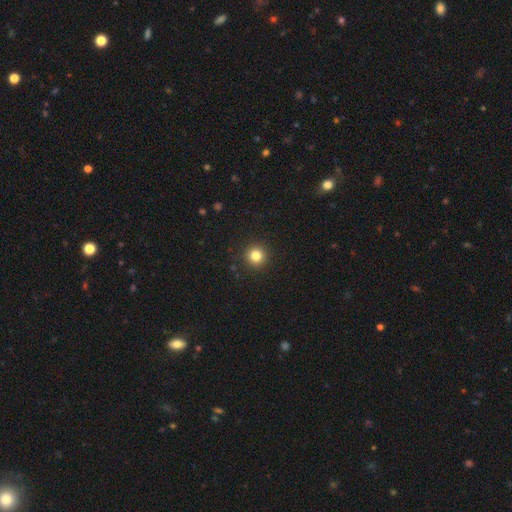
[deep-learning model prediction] A smooth galaxy with no disk features (82%) that is round (95%).

Vote fractions:
- Smooth or featured? smooth: 82% / star or artifact: 13% / featured or disk: 6%
- How rounded? round: 95% / in between: 4% / cigar-shaped: 1%
- Merging? none: 93% / minor disturbance: 5% / major disturbance: 2% / merger: 1%